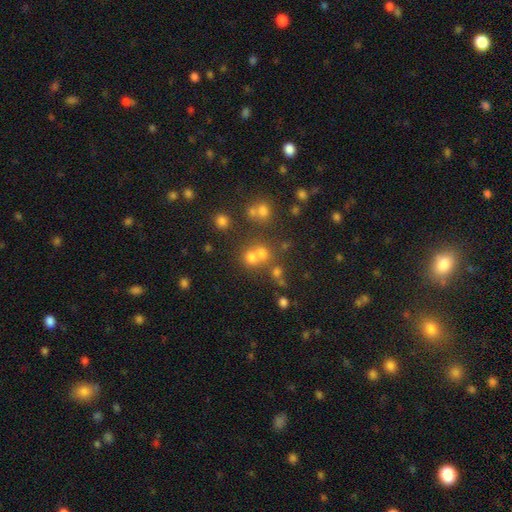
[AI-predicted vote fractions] Smooth or featured: smooth — 63% (star or artifact — 21%)
How rounded: round — 80% (in between — 19%)
Merging: none — 44% (tied with merger — 44%)